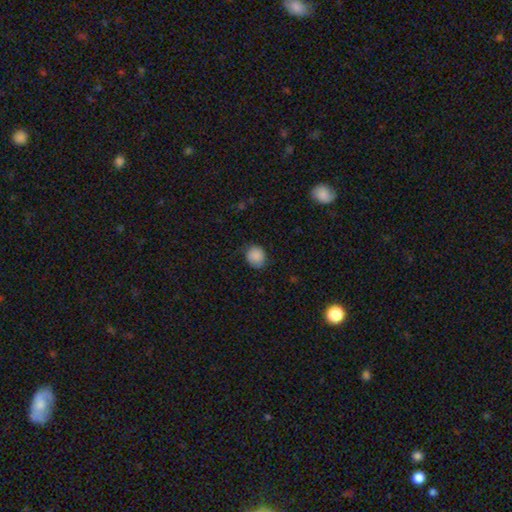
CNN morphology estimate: Smooth or featured?
  - smooth: 88% *
  - star or artifact: 8%
  - featured or disk: 4%
How rounded?
  - round: 75% *
  - in between: 24%
  - cigar-shaped: 1%
Merging?
  - none: 78% *
  - minor disturbance: 17%
  - major disturbance: 3%
  - merger: 1%